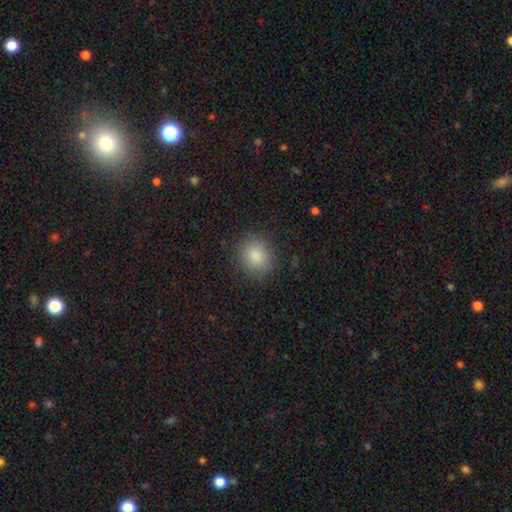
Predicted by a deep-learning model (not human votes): This is clearly a smooth galaxy (85%). How rounded: likely round (77%). Merging: clearly none (86%).